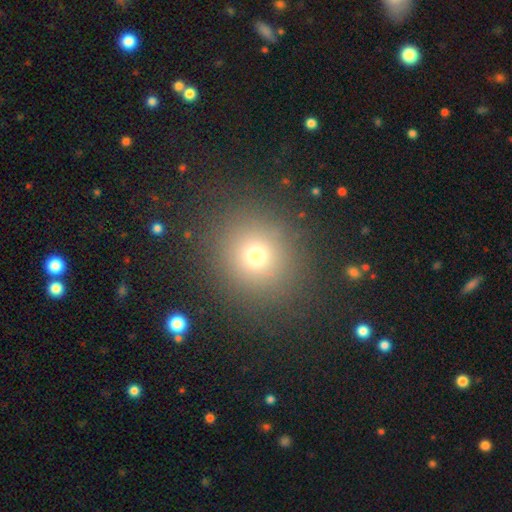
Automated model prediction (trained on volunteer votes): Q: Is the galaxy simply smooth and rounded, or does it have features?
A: smooth — 71%.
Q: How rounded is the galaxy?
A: round — 89%.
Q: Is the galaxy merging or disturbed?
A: none — 86%.